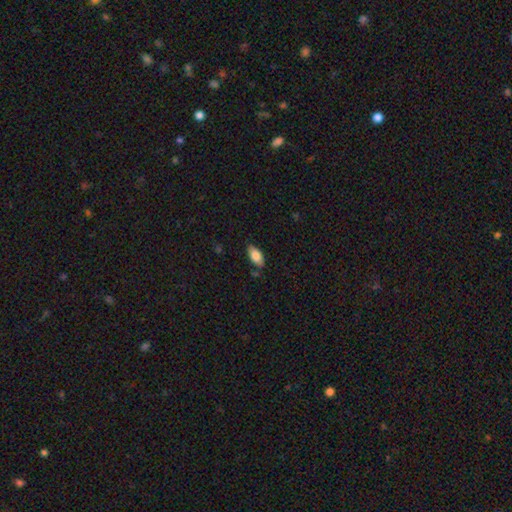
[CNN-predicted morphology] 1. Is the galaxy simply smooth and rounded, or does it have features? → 84% smooth, 10% featured or disk, 7% star or artifact.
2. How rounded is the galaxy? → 92% in between, 6% cigar-shaped, 2% round.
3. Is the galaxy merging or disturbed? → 80% none, 15% minor disturbance, 3% major disturbance, 3% merger.